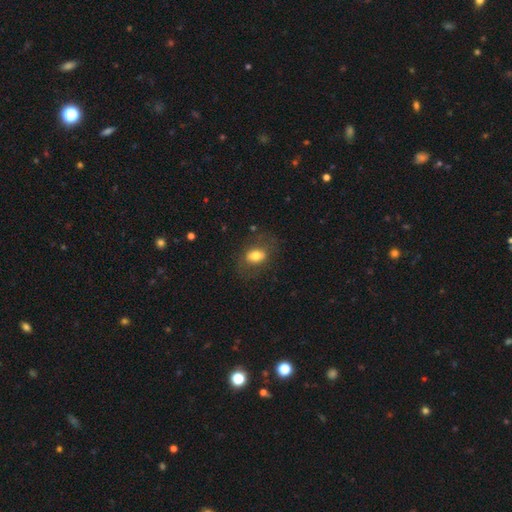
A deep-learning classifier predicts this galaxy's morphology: smooth 71%, featured or disk 20%, star or artifact 9%. Down the decision tree: how rounded — in between (77%); merging — none (70%).